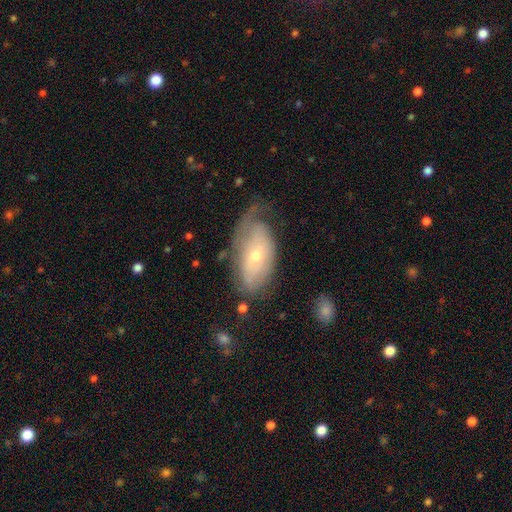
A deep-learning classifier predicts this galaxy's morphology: type=featured or disk (59%); edge-on=no (90%); bar=no (67%); spiral arms=yes (71%); bulge=small (54%); merging=none (43%).